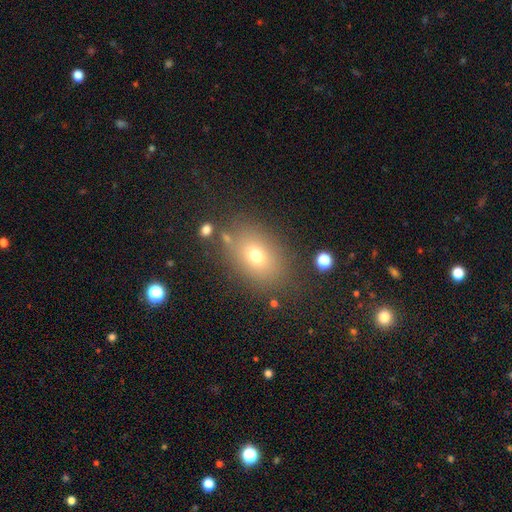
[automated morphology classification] A smooth galaxy with no disk features (70%) that is in between round and cigar-shaped (72%).

Vote fractions:
- Smooth or featured? smooth: 70% / star or artifact: 16% / featured or disk: 15%
- How rounded? in between: 72% / round: 27% / cigar-shaped: 2%
- Merging? none: 79% / minor disturbance: 12% / major disturbance: 5% / merger: 4%